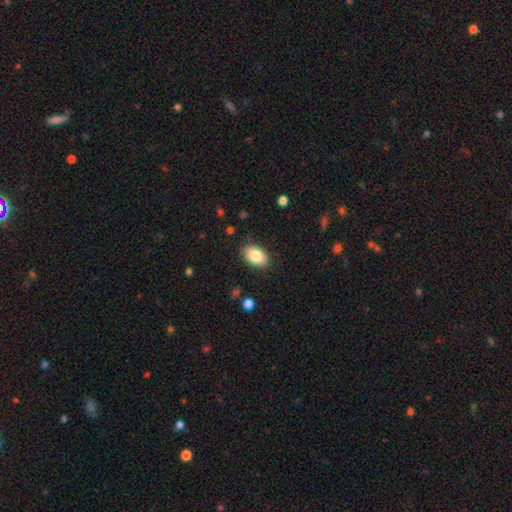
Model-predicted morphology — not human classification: A smooth galaxy with no disk features (85%) that is in between round and cigar-shaped (91%).

Vote fractions:
- Smooth or featured? smooth: 85% / featured or disk: 8% / star or artifact: 7%
- How rounded? in between: 91% / round: 8% / cigar-shaped: 1%
- Merging? none: 87% / minor disturbance: 9% / major disturbance: 2% / merger: 1%